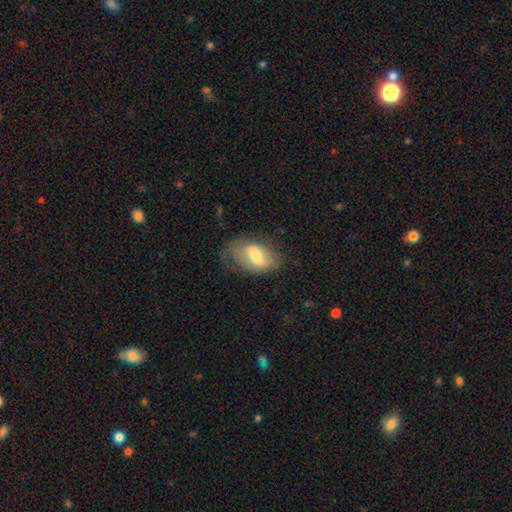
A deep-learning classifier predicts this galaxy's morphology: A smooth galaxy with no disk features (63%) that is in between round and cigar-shaped (88%).

Vote fractions:
- Smooth or featured? smooth: 63% / featured or disk: 30% / star or artifact: 7%
- How rounded? in between: 88% / round: 10% / cigar-shaped: 2%
- Merging? none: 52% / minor disturbance: 30% / major disturbance: 17% / merger: 2%